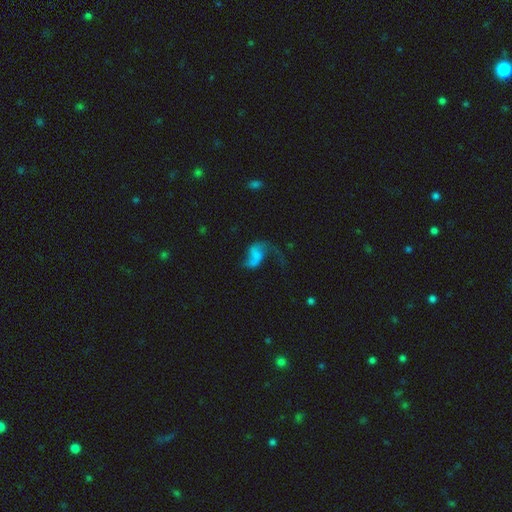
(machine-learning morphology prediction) A featured or disk galaxy (72%) with no bar (47%), 2 (83%) loose (84%) spiral arms (87%) and no central bulge (61%).

Vote fractions:
- Smooth or featured? featured or disk: 72% / smooth: 18% / star or artifact: 10%
- Edge-on disk? no: 98% / yes: 2%
- Bar? no: 47% / weak: 37% / strong: 15%
- Spiral arms? yes: 87% / no: 13%
- Spiral winding? loose: 84% / medium: 13% / tight: 3%
- Spiral arm count? 2: 83% / 1: 12% / can't tell: 3% / 3: 1% / 4: 1% / more than 4: 1%
- Bulge size? none: 61% / small: 21% / moderate: 11% / large: 5% / dominant: 2%
- Merging? none: 44% / major disturbance: 32% / minor disturbance: 17% / merger: 7%